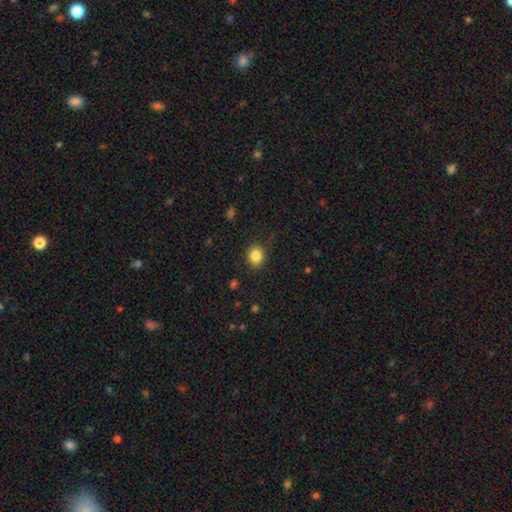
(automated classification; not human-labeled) Smooth or featured? Predicted: smooth (p=0.85). How rounded? Predicted: round (p=0.65). Merging? Predicted: none (p=0.85).